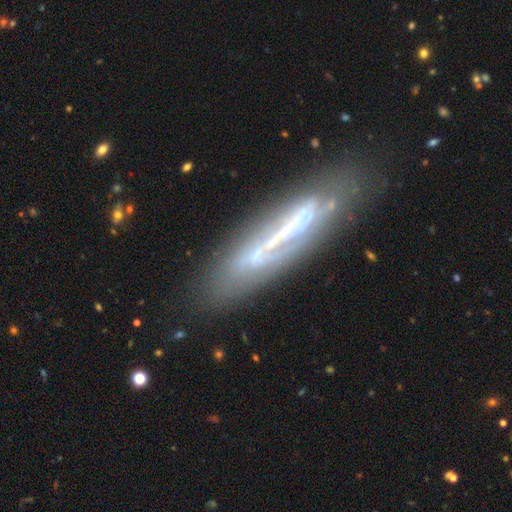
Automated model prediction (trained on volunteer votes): This is likely a featured or disk galaxy (65%). It is likely viewed edge-on (65%). Merging: likely none (70%).